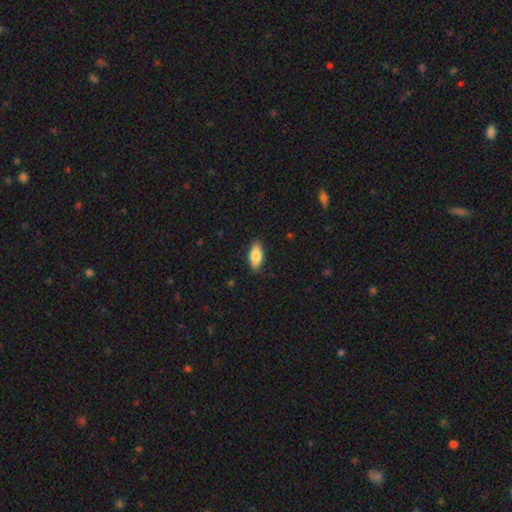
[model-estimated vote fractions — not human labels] smooth 80%, featured or disk 14%, star or artifact 6%. Down the decision tree: how rounded — in between (81%); merging — none (87%).